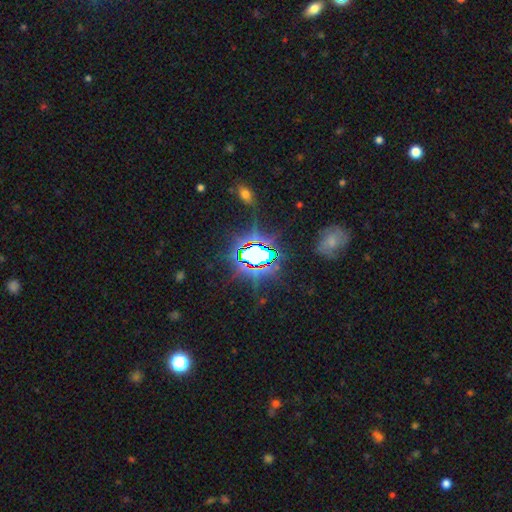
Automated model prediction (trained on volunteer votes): smooth-or-featured: star or artifact: 78% | smooth: 11% | featured or disk: 10%